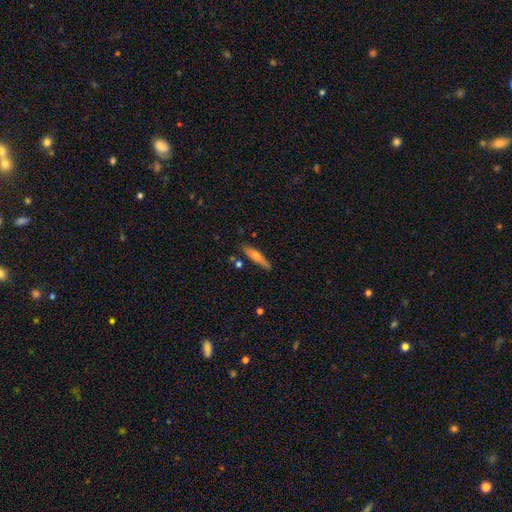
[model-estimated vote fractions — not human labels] Q: Smooth or featured?
A: smooth (52%); runner-up: featured or disk (42%)
Q: How rounded?
A: cigar-shaped (82%); runner-up: in between (16%)
Q: Merging?
A: none (82%); runner-up: minor disturbance (12%)